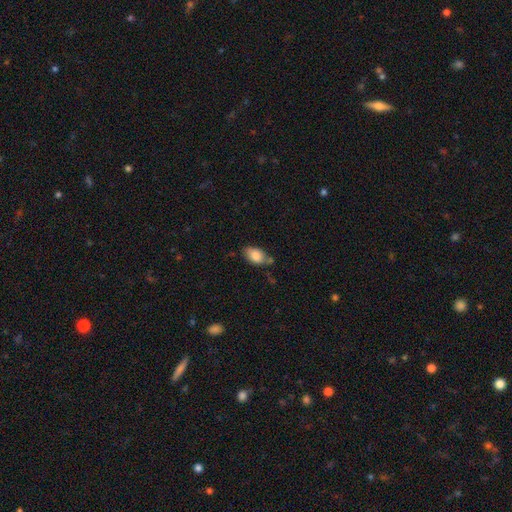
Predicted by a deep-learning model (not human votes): A smooth galaxy with no disk features (83%) that is in between round and cigar-shaped (89%). Merging: none (55%).